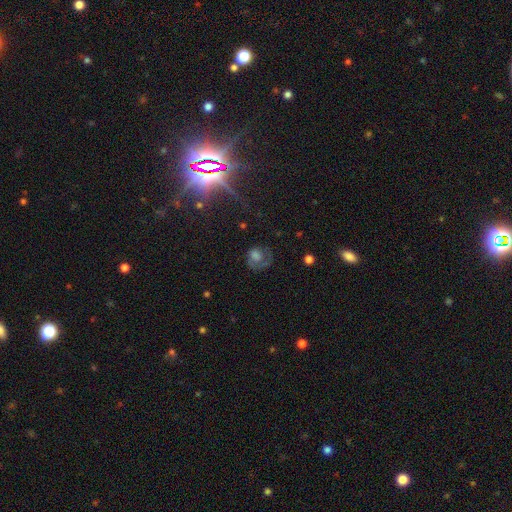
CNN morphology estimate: The model was most divided on "smooth or featured": smooth: 42%, featured or disk: 39%, star or artifact: 19%. More confident: merging — none (52%).